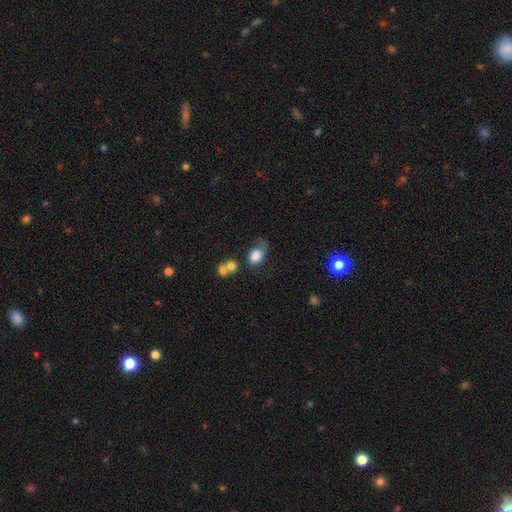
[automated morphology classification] Overall: smooth (75%). How rounded: in between (66%; round 33%). Merging: none (30%; major disturbance 28%).